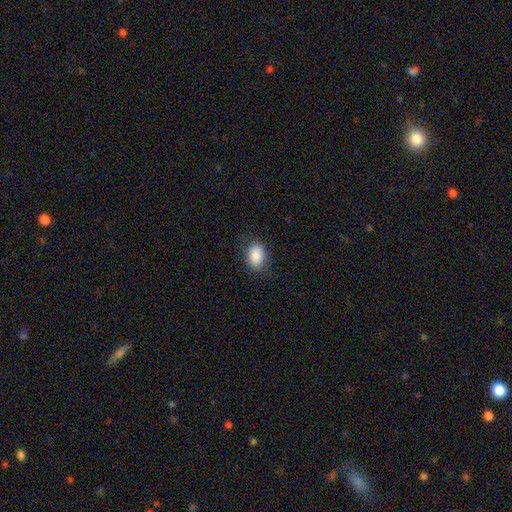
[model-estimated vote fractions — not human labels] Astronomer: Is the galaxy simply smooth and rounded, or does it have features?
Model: smooth — 88%.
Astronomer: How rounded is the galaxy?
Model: in between — 81%.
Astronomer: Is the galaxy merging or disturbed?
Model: none — 83%.